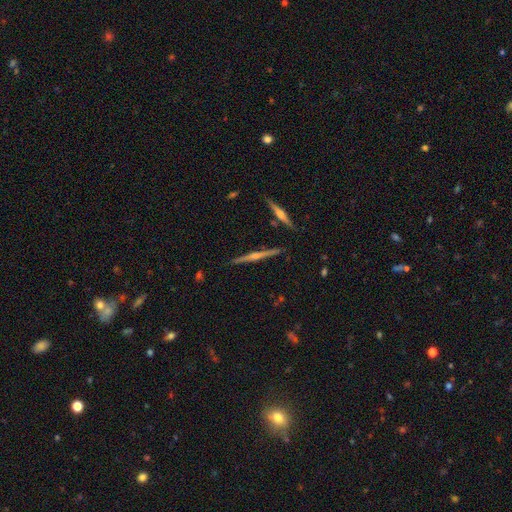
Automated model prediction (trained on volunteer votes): smooth_or_featured: featured or disk (p=0.80) [alt: smooth p=0.14]
disk_edge_on: yes (p=0.98) [alt: no p=0.02]
edge_on_bulge: rounded (p=0.83) [alt: none p=0.11]
merging: none (p=0.90) [alt: minor disturbance p=0.06]